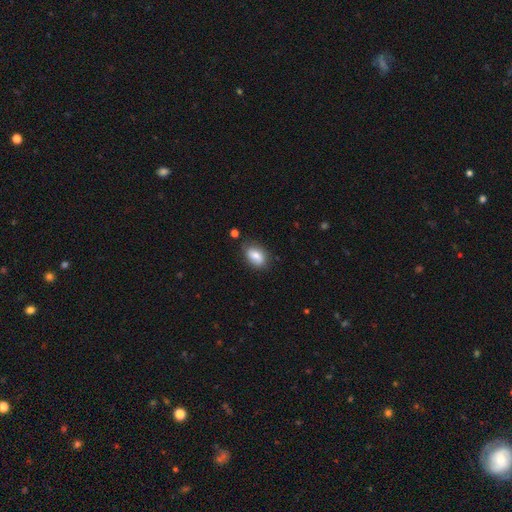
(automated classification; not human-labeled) A smooth galaxy with no disk features (81%) that is in between round and cigar-shaped (87%).

Vote fractions:
- Smooth or featured? smooth: 81% / featured or disk: 12% / star or artifact: 8%
- How rounded? in between: 87% / round: 10% / cigar-shaped: 2%
- Merging? none: 72% / minor disturbance: 21% / major disturbance: 4% / merger: 3%